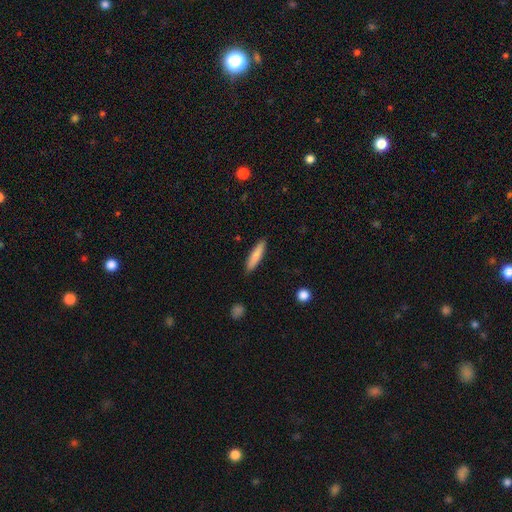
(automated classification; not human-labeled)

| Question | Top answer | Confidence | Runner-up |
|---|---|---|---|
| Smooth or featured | smooth | 81% | featured or disk (13%) |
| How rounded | cigar-shaped | 86% | in between (13%) |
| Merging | none | 90% | minor disturbance (8%) |